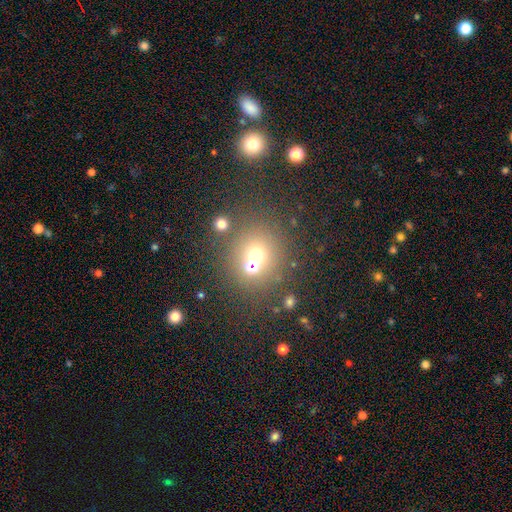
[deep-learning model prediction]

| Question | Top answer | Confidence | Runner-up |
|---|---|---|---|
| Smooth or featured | smooth | 60% | star or artifact (25%) |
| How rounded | round | 87% | in between (12%) |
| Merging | none | 64% | merger (22%) |